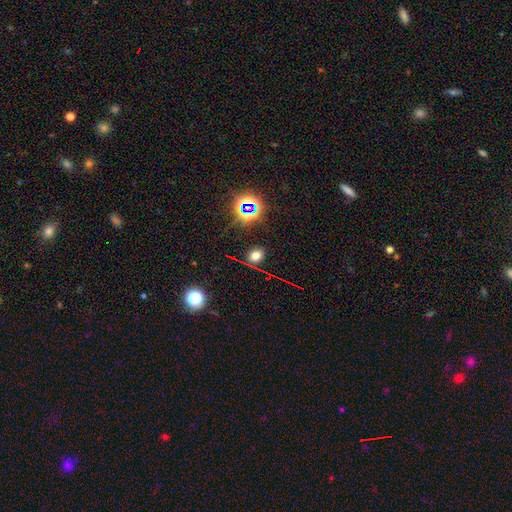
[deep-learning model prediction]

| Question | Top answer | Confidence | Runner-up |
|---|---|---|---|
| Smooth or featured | smooth | 60% | star or artifact (31%) |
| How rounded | round | 51% | in between (47%) |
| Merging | none | 82% | minor disturbance (11%) |